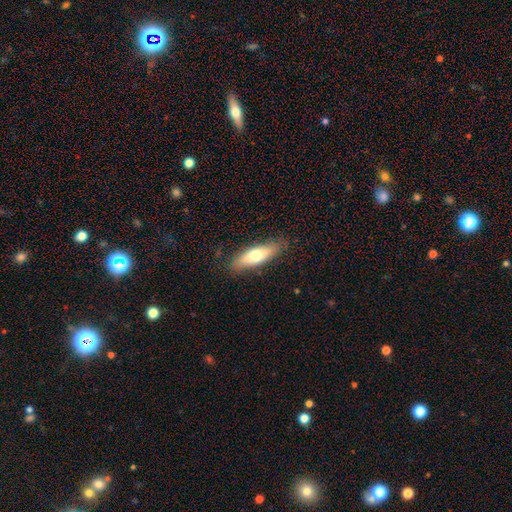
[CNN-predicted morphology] Smooth or featured?
  - smooth: 66% *
  - featured or disk: 28%
  - star or artifact: 6%
How rounded?
  - in between: 54% *
  - cigar-shaped: 44%
  - round: 2%
Merging?
  - none: 83% *
  - minor disturbance: 13%
  - major disturbance: 3%
  - merger: 1%